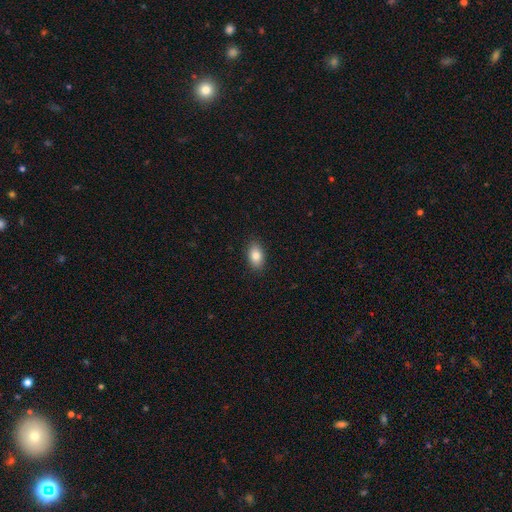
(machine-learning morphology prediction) This appears to be a smooth galaxy with no disk features (84%) that is in between round and cigar-shaped (90%). Merging: none (89%).